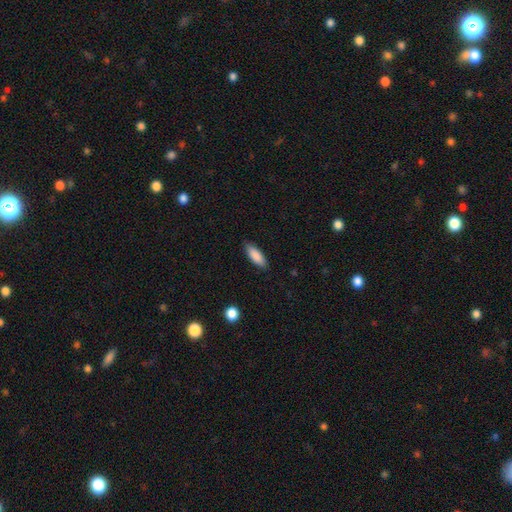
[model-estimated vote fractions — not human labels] A smooth galaxy with no disk features (87%) that is in between round and cigar-shaped (63%).

Vote fractions:
- Smooth or featured? smooth: 87% / featured or disk: 7% / star or artifact: 6%
- How rounded? in between: 63% / cigar-shaped: 36% / round: 2%
- Merging? none: 86% / minor disturbance: 11% / major disturbance: 2% / merger: 1%